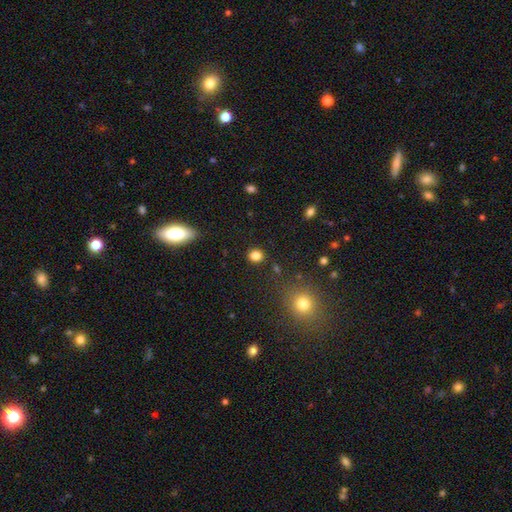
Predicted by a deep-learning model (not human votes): This appears to be a smooth galaxy with no disk features (83%) that is round (75%). Merging: none (87%).